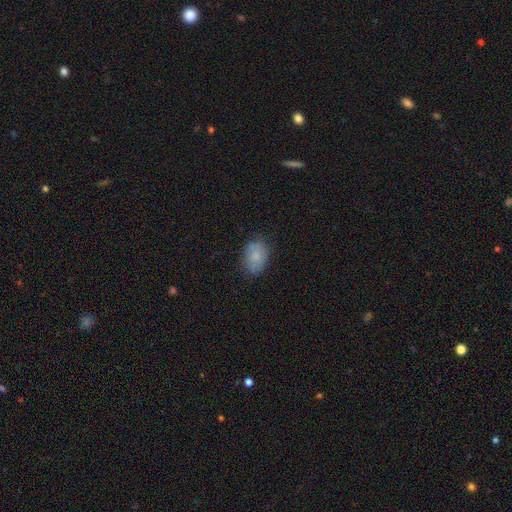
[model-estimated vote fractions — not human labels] A smooth galaxy with no disk features (78%) that is in between round and cigar-shaped (82%).

Vote fractions:
- Smooth or featured? smooth: 78% / featured or disk: 15% / star or artifact: 7%
- How rounded? in between: 82% / round: 17% / cigar-shaped: 1%
- Merging? none: 75% / minor disturbance: 19% / major disturbance: 5% / merger: 1%